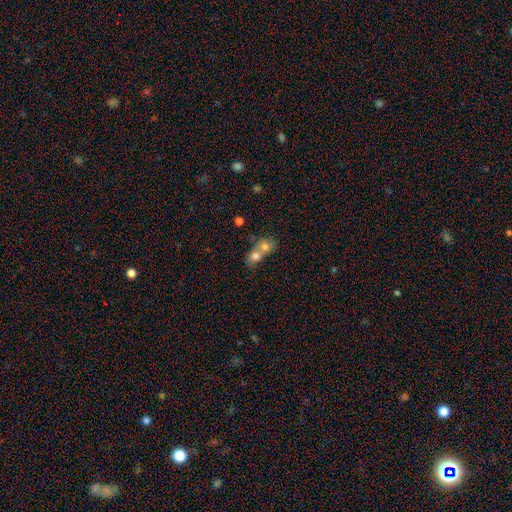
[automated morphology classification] The model was most divided on "how rounded": round: 59%, in between: 40%, cigar-shaped: 2%. More confident: merging — merger (75%); smooth or featured — smooth (73%).